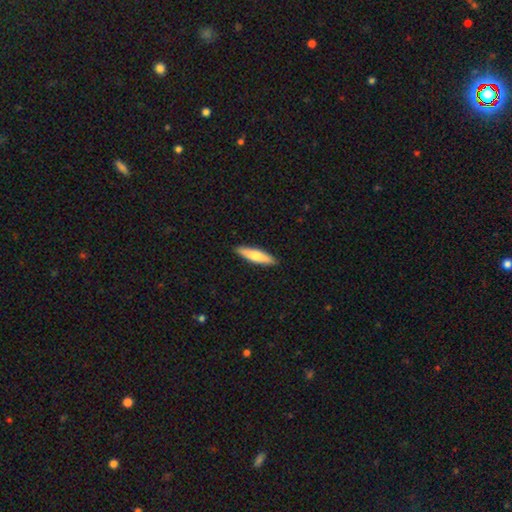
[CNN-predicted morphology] This is likely a smooth galaxy (67%). How rounded: likely cigar-shaped (77%). Merging: clearly none (91%).